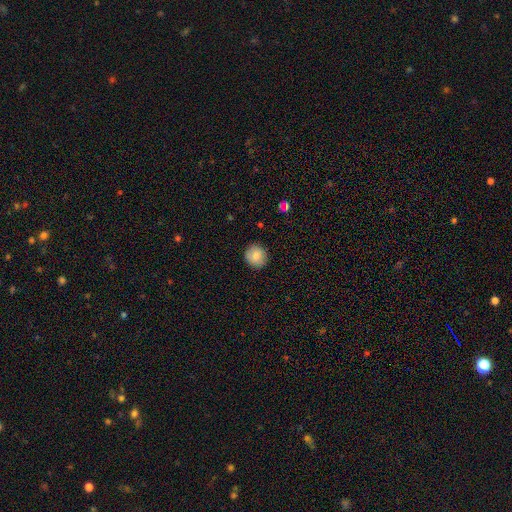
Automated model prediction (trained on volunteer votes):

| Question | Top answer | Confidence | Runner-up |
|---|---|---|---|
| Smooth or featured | smooth | 81% | featured or disk (11%) |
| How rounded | round | 89% | in between (10%) |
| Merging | none | 88% | minor disturbance (9%) |